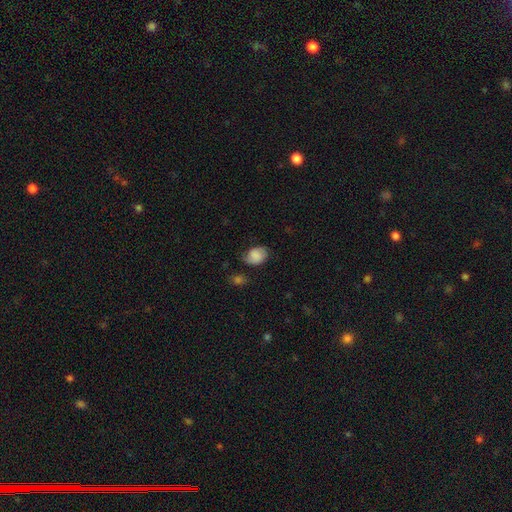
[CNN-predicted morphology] The model was most divided on "merging": none: 61%, minor disturbance: 28%, major disturbance: 8%, merger: 3%. More confident: smooth or featured — smooth (80%); how rounded — in between (70%).